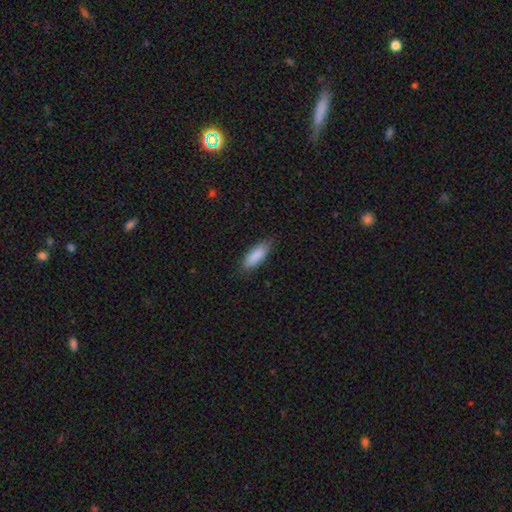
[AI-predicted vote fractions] smooth 88%, featured or disk 6%, star or artifact 6%. Down the decision tree: how rounded — in between (66%); merging — none (81%).